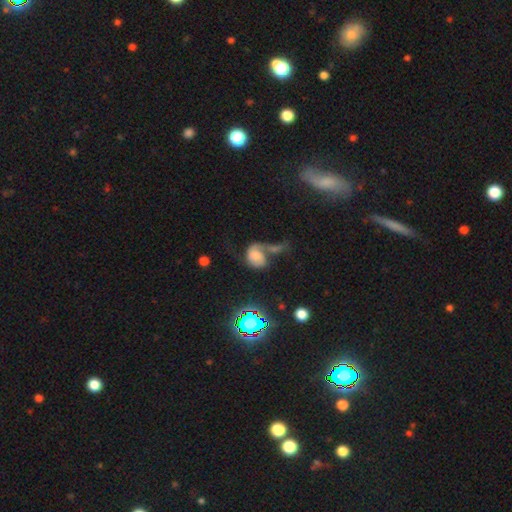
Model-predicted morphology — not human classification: Smooth or featured: featured or disk — 44% (smooth — 41%)
Merging: merger — 38% (major disturbance — 26%)